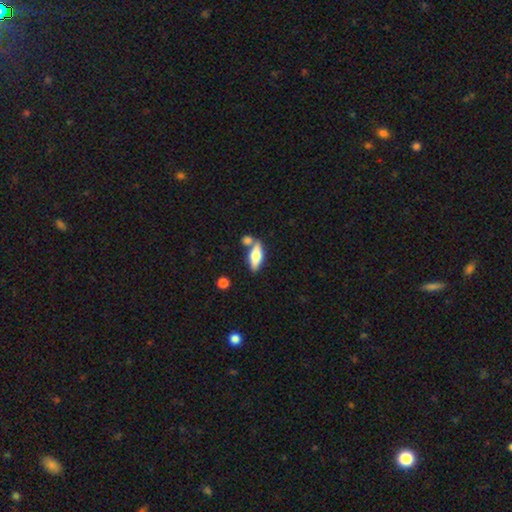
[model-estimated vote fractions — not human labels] Overall: smooth (55%; featured or disk 39%). How rounded: in between (65%; cigar-shaped 32%). Merging: none (63%).